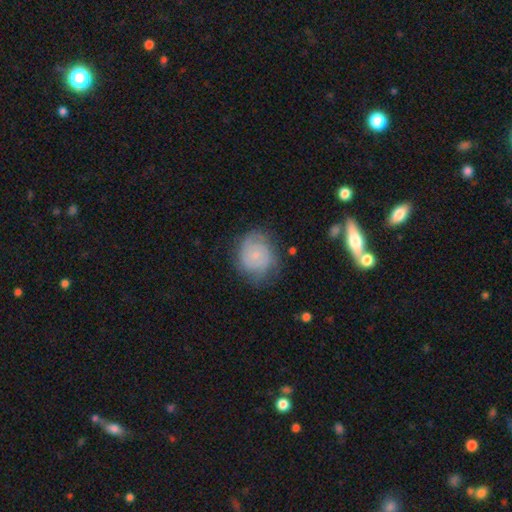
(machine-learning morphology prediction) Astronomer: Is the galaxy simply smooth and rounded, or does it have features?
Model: featured or disk — 54% (runner-up: smooth, 38%).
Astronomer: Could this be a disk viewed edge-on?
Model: no — 98%.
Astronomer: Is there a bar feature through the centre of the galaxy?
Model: no — 78%.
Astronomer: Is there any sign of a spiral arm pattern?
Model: yes — 84%.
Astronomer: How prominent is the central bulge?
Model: small — 72%.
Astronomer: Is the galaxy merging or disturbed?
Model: none — 64%.